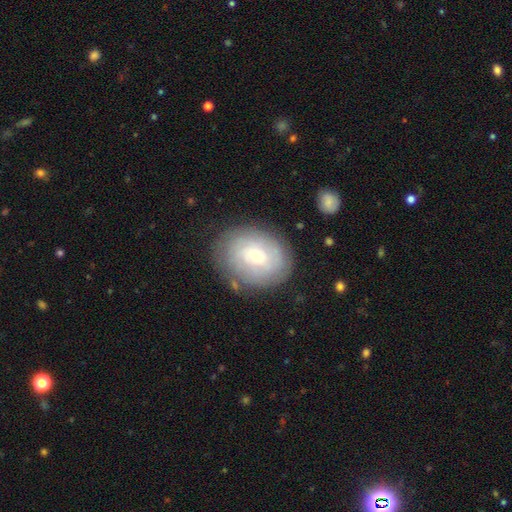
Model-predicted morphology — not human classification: Q: Smooth or featured?
A: featured or disk (56%); runner-up: smooth (36%)
Q: Edge-on disk?
A: no (96%); runner-up: yes (4%)
Q: Bar?
A: no (61%); runner-up: weak (33%)
Q: Spiral arms?
A: yes (75%); runner-up: no (25%)
Q: Bulge size?
A: small (59%); runner-up: moderate (36%)
Q: Merging?
A: none (80%); runner-up: minor disturbance (14%)